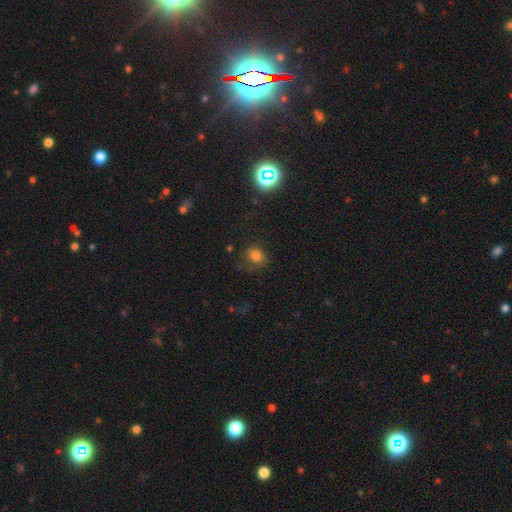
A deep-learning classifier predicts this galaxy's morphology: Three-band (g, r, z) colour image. It shows a smooth galaxy with no disk features (75%) that is round (71%). Merging: none (67%).